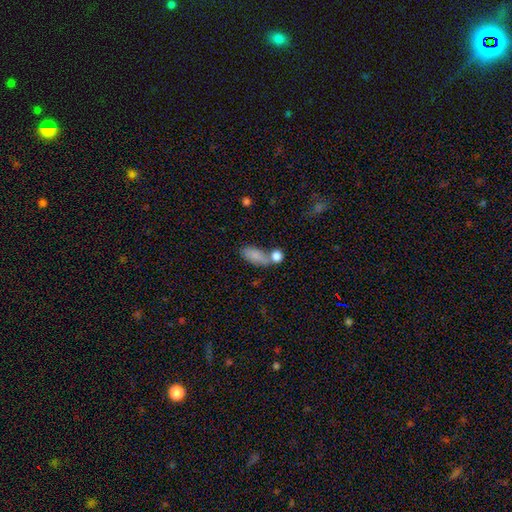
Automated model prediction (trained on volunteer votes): smooth_or_featured: smooth (p=0.83) [alt: featured or disk p=0.10]
how_rounded: in between (p=0.85) [alt: cigar-shaped p=0.10]
merging: none (p=0.45) [alt: merger p=0.34]